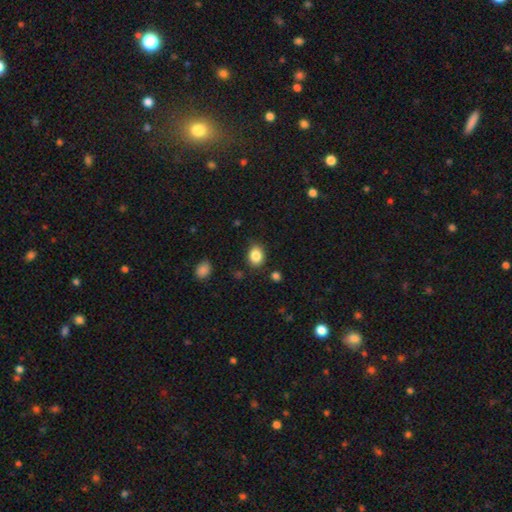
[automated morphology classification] Smooth or featured? Predicted: smooth (p=0.85). How rounded? Predicted: in between (p=0.60). Merging? Predicted: none (p=0.80).